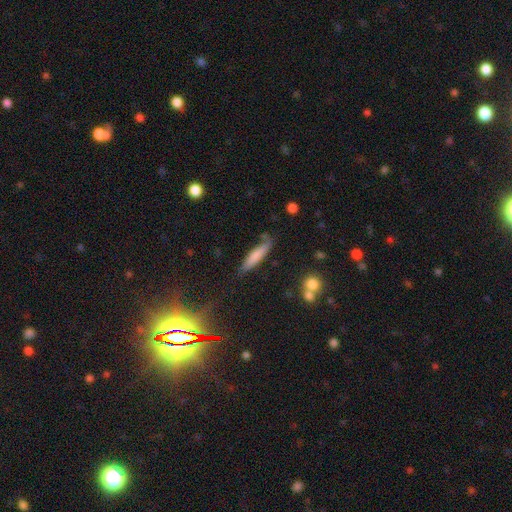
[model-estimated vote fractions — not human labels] Smooth or featured: smooth — 74% (featured or disk — 20%)
How rounded: cigar-shaped — 84% (in between — 15%)
Merging: none — 70% (minor disturbance — 21%)